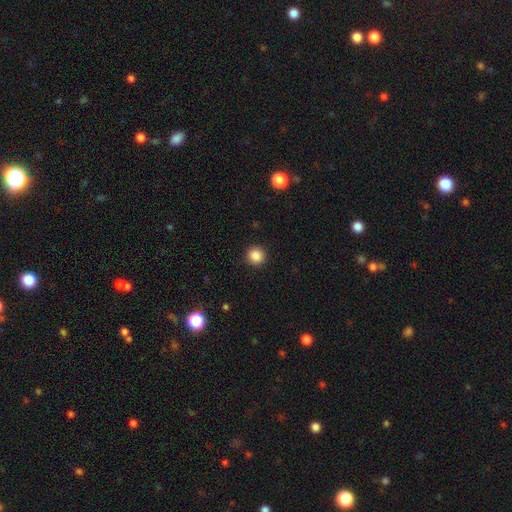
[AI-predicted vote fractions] This appears to be a smooth galaxy with no disk features (86%) that is round (94%). Merging: none (92%).